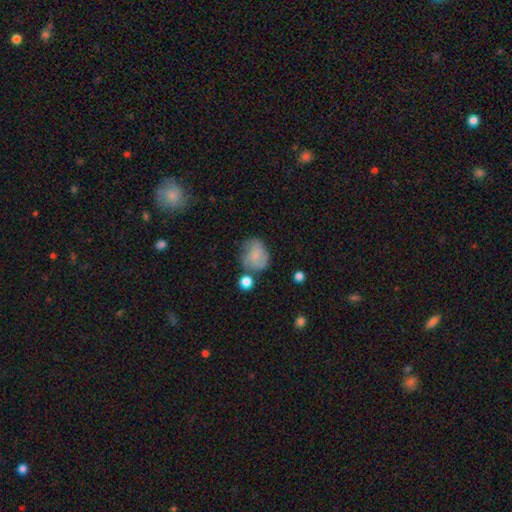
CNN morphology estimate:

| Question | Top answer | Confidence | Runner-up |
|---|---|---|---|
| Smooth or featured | smooth | 58% | featured or disk (33%) |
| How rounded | round | 61% | in between (38%) |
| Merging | none | 53% | minor disturbance (26%) |